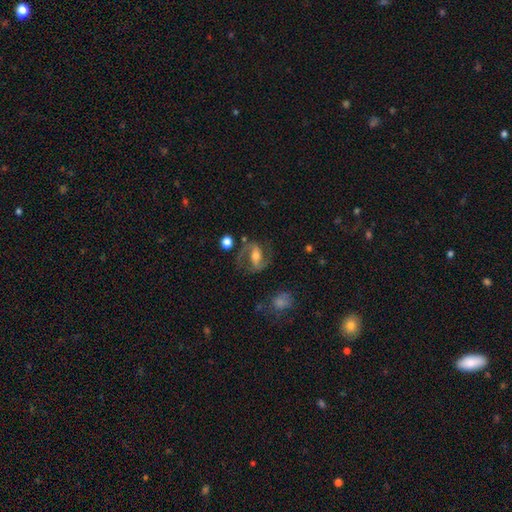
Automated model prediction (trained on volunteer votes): Morphology: type=featured or disk (80%); edge-on=no (96%); bar=strong (46%); spiral arms=yes (94%); winding=medium (57%); arm count=2 (91%); bulge=moderate (56%); merging=none (71%).